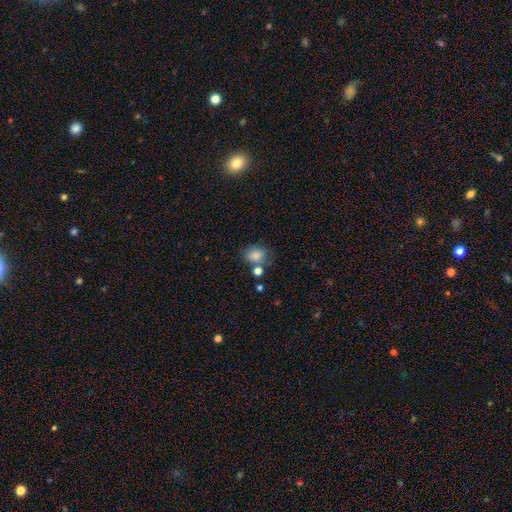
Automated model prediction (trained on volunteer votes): smooth-or-featured: smooth: 82% | star or artifact: 11% | featured or disk: 7%
  how-rounded: in between: 53% | round: 45% | cigar-shaped: 1%
  merging: none: 60% | minor disturbance: 17% | merger: 16% | major disturbance: 7%